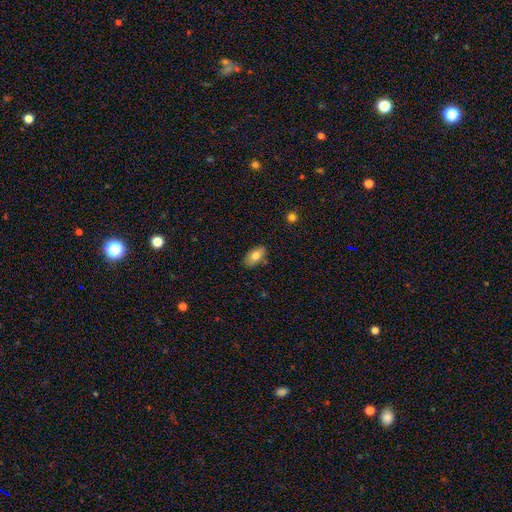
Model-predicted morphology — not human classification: The model was most divided on "smooth or featured": smooth: 78%, featured or disk: 15%, star or artifact: 7%. More confident: how rounded — in between (92%); merging — none (81%).